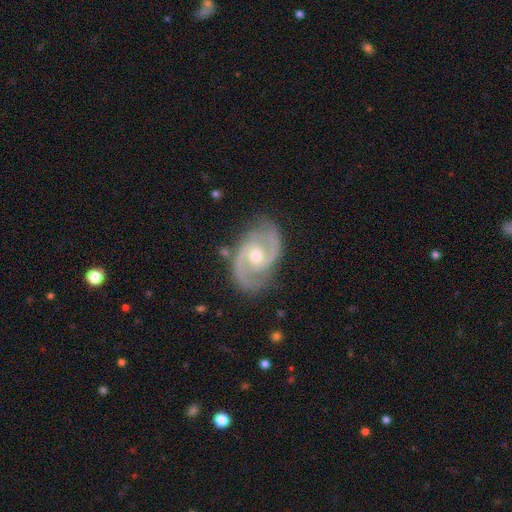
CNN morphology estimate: A featured or disk galaxy (93%) with no bar (53%), 2 (92%) medium (53%) spiral arms (98%) and a moderate central bulge (72%).

Vote fractions:
- Smooth or featured? featured or disk: 93% / star or artifact: 4% / smooth: 3%
- Edge-on disk? no: 98% / yes: 2%
- Bar? no: 53% / weak: 38% / strong: 9%
- Spiral arms? yes: 98% / no: 2%
- Spiral winding? medium: 53% / tight: 38% / loose: 9%
- Spiral arm count? 2: 92% / 3: 2% / can't tell: 2% / 1: 1% / 4: 1% / more than 4: 1%
- Bulge size? moderate: 72% / small: 22% / large: 5% / none: 1% / dominant: 1%
- Merging? none: 80% / minor disturbance: 14% / major disturbance: 4% / merger: 1%